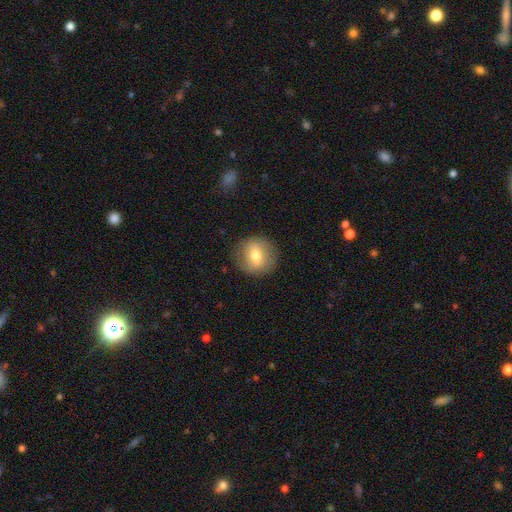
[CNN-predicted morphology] smooth_or_featured: smooth (p=0.64) [alt: featured or disk p=0.28]
how_rounded: round (p=0.89) [alt: in between p=0.10]
merging: none (p=0.86) [alt: minor disturbance p=0.10]